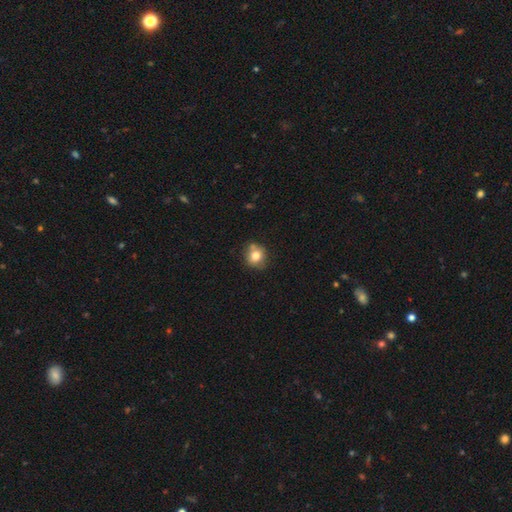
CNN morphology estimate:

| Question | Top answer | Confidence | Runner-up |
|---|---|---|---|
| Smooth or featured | smooth | 77% | featured or disk (11%) |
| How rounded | round | 85% | in between (14%) |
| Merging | none | 73% | minor disturbance (14%) |